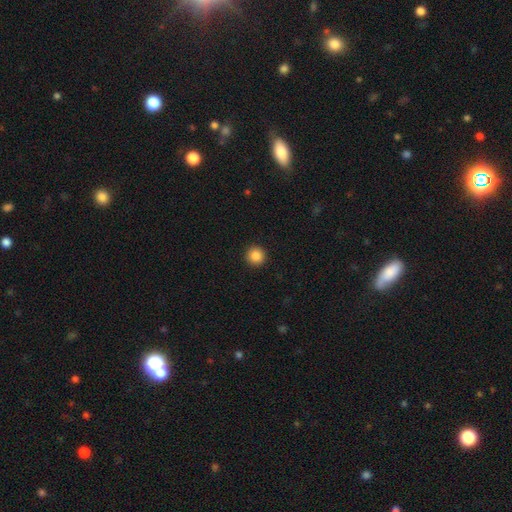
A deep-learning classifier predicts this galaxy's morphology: smooth-or-featured: smooth: 86% | star or artifact: 10% | featured or disk: 4%
  how-rounded: round: 95% | in between: 4% | cigar-shaped: 1%
  merging: none: 93% | minor disturbance: 4% | major disturbance: 2% | merger: 1%